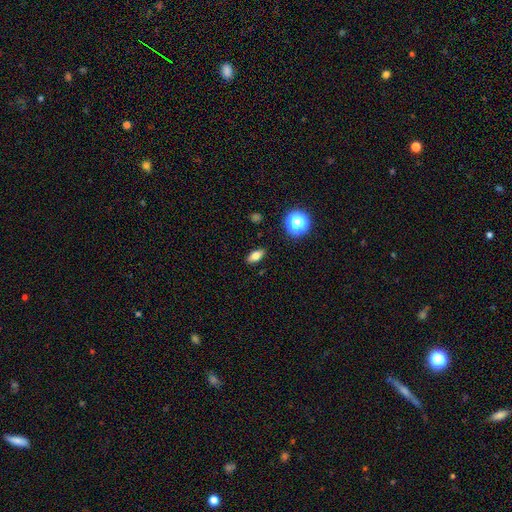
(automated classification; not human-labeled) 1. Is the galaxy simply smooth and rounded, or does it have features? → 71% smooth, 17% featured or disk, 12% star or artifact.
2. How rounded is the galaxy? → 77% in between, 13% cigar-shaped, 9% round.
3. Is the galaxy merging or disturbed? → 88% none, 8% minor disturbance, 2% major disturbance, 1% merger.